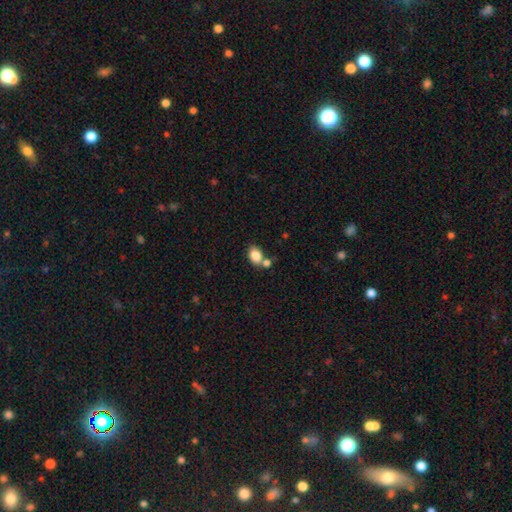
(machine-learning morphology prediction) type=smooth (84%); roundness=in between (72%); merging=none (55%).